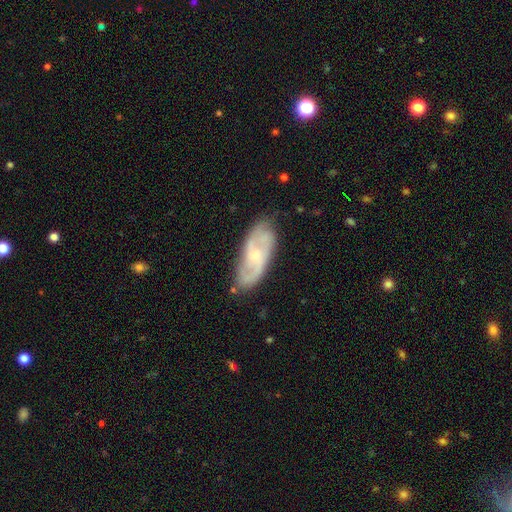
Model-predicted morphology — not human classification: Smooth or featured? Predicted: featured or disk (p=0.71). Edge-on disk? Predicted: no (p=0.91). Bar? Predicted: no (p=0.55). Spiral arms? Predicted: yes (p=0.90). Spiral winding? Predicted: medium (p=0.47). Spiral arm count? Predicted: 2 (p=0.57). Bulge size? Predicted: small (p=0.55). Merging? Predicted: none (p=0.73).